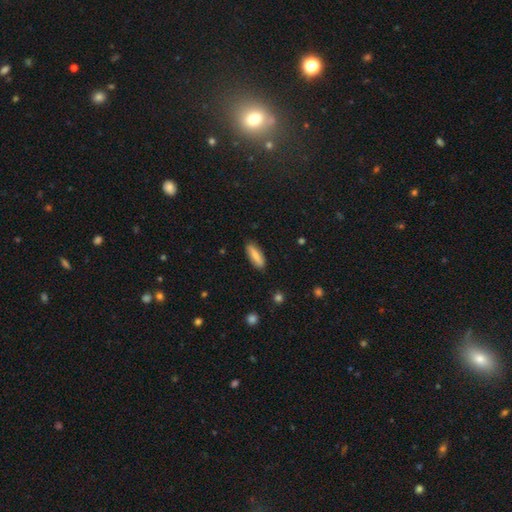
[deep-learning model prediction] This is clearly a smooth galaxy (81%). How rounded: possibly in between (57%). Merging: clearly none (86%).